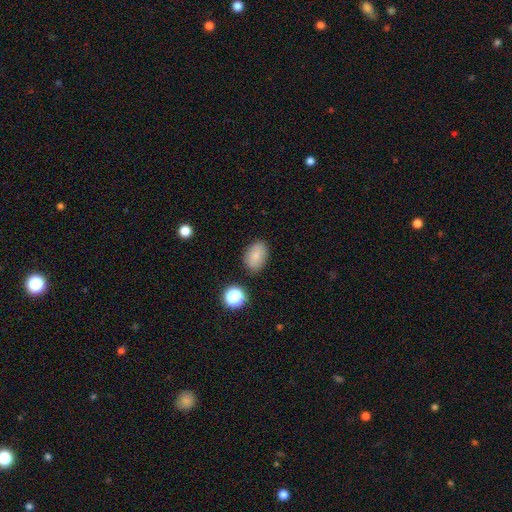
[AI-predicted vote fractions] Morphology: type=smooth (82%); roundness=in between (82%); merging=none (82%).